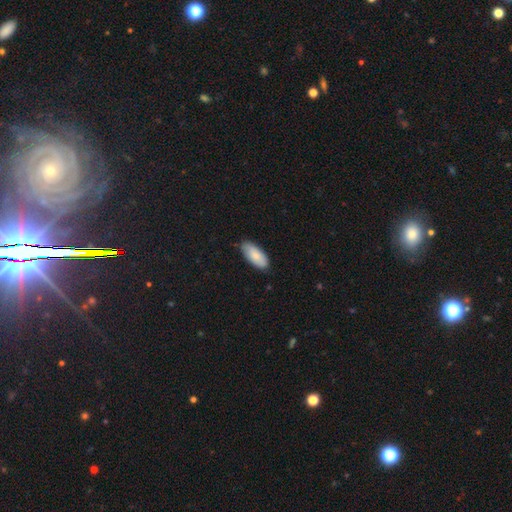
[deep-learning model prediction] This appears to be a smooth galaxy with no disk features (82%) that is in between round and cigar-shaped (89%). Merging: none (79%).